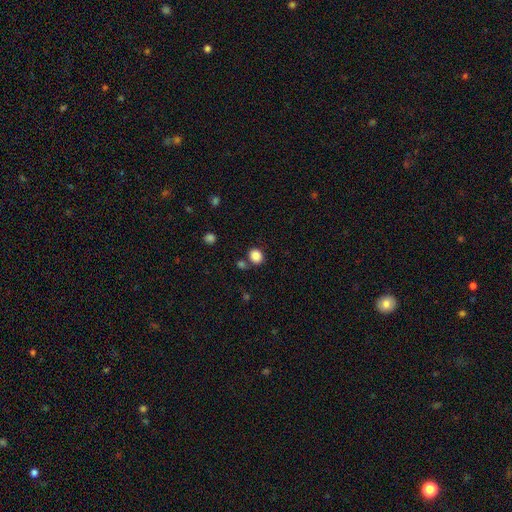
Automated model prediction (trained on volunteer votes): A smooth galaxy with no disk features (86%) that is round (73%).

Vote fractions:
- Smooth or featured? smooth: 86% / star or artifact: 10% / featured or disk: 4%
- How rounded? round: 73% / in between: 27% / cigar-shaped: 1%
- Merging? none: 77% / merger: 10% / minor disturbance: 10% / major disturbance: 3%